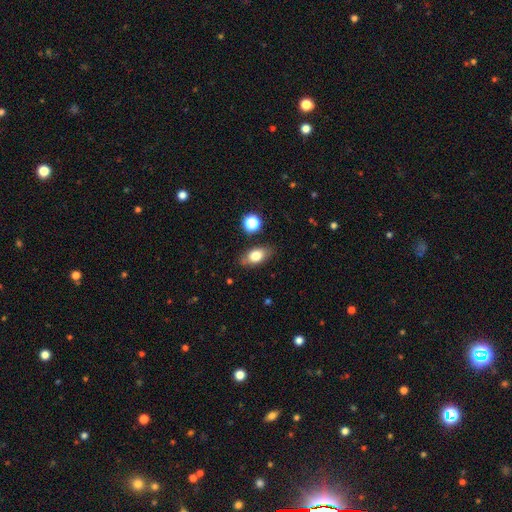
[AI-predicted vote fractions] smooth-or-featured: smooth: 76% | featured or disk: 15% | star or artifact: 9%
  how-rounded: in between: 84% | round: 11% | cigar-shaped: 5%
  merging: none: 79% | minor disturbance: 14% | major disturbance: 3% | merger: 3%